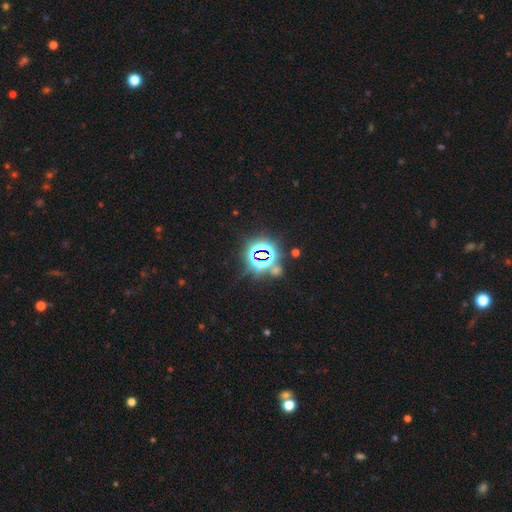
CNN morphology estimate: The model was most divided on "smooth or featured": star or artifact: 79%, smooth: 13%, featured or disk: 9%.